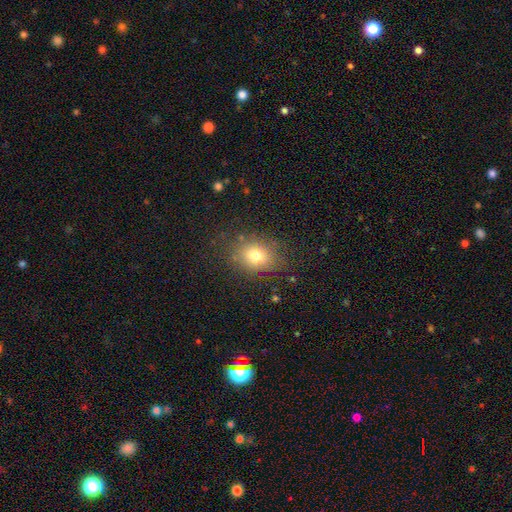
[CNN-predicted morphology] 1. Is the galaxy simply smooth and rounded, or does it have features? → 76% smooth, 13% star or artifact, 11% featured or disk.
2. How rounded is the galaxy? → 52% round, 47% in between, 1% cigar-shaped.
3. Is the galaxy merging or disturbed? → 77% none, 15% minor disturbance, 6% major disturbance, 2% merger.